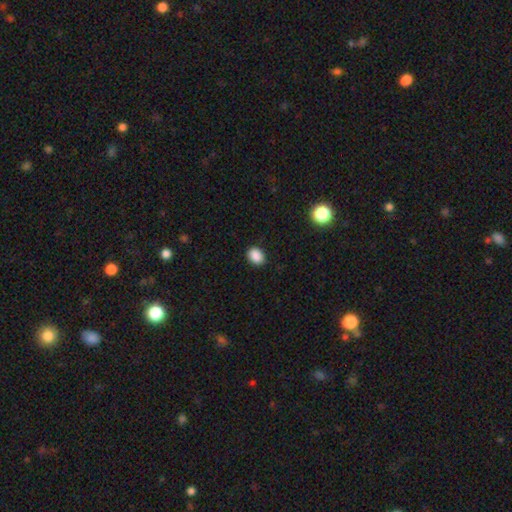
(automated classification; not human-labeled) Overall: smooth (88%). How rounded: in between (65%; round 35%). Merging: none (88%).